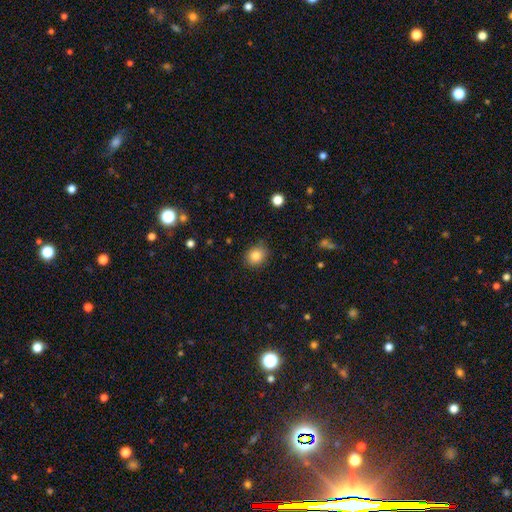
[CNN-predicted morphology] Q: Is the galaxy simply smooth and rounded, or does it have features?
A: smooth — 84%.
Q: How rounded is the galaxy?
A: round — 69%.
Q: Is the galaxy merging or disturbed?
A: none — 82%.